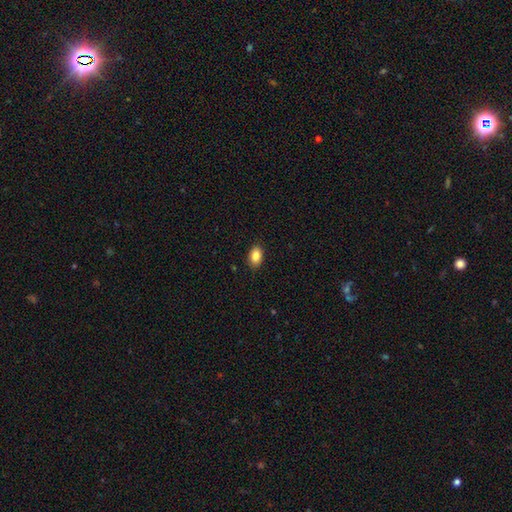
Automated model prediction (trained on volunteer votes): Smooth or featured?
  - smooth: 85% *
  - star or artifact: 8%
  - featured or disk: 7%
How rounded?
  - in between: 87% *
  - round: 12%
  - cigar-shaped: 1%
Merging?
  - none: 89% *
  - minor disturbance: 9%
  - major disturbance: 2%
  - merger: 1%